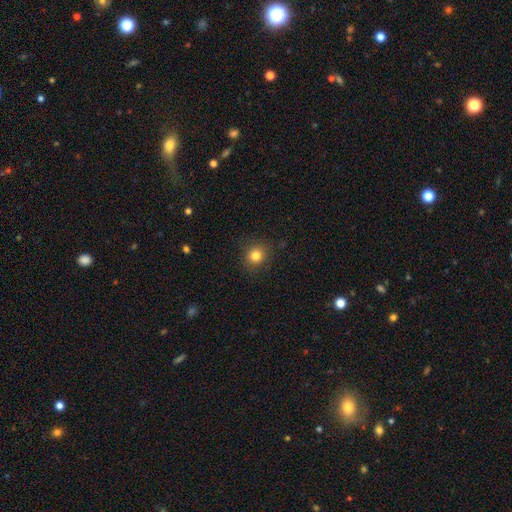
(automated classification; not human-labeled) Smooth or featured?
  - smooth: 81% *
  - star or artifact: 13%
  - featured or disk: 6%
How rounded?
  - round: 86% *
  - in between: 13%
  - cigar-shaped: 1%
Merging?
  - none: 89% *
  - minor disturbance: 8%
  - major disturbance: 2%
  - merger: 1%